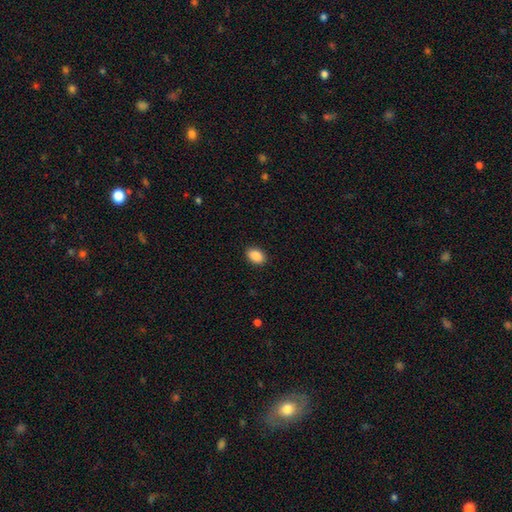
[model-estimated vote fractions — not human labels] Smooth or featured?
  - smooth: 89% *
  - star or artifact: 8%
  - featured or disk: 3%
How rounded?
  - in between: 85% *
  - round: 14%
  - cigar-shaped: 1%
Merging?
  - none: 90% *
  - minor disturbance: 7%
  - major disturbance: 2%
  - merger: 1%